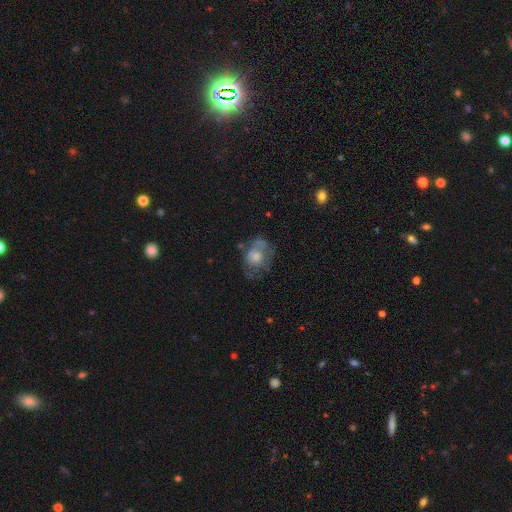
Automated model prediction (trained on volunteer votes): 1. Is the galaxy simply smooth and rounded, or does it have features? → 48% smooth, 42% featured or disk, 9% star or artifact.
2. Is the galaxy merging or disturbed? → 42% none, 26% minor disturbance, 26% major disturbance, 6% merger.